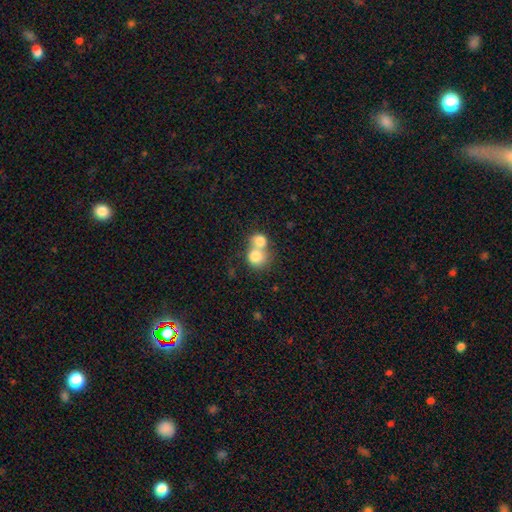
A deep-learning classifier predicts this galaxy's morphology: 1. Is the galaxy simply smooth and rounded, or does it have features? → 78% smooth, 14% featured or disk, 8% star or artifact.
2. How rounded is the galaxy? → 77% round, 22% in between, 1% cigar-shaped.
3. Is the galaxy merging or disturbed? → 68% merger, 24% none, 5% minor disturbance, 3% major disturbance.